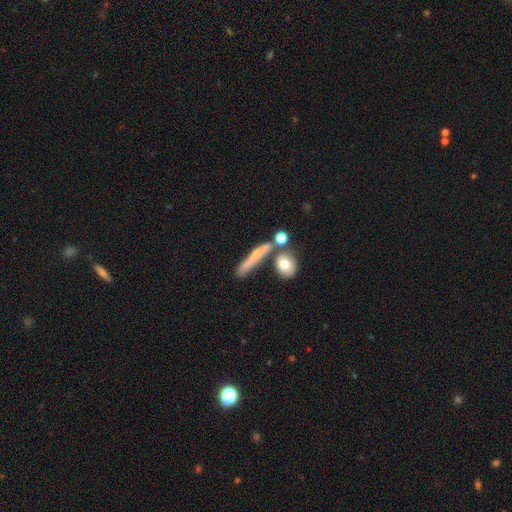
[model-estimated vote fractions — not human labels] Smooth or featured? Predicted: smooth (p=0.56). How rounded? Predicted: cigar-shaped (p=0.73). Merging? Predicted: none (p=0.56).